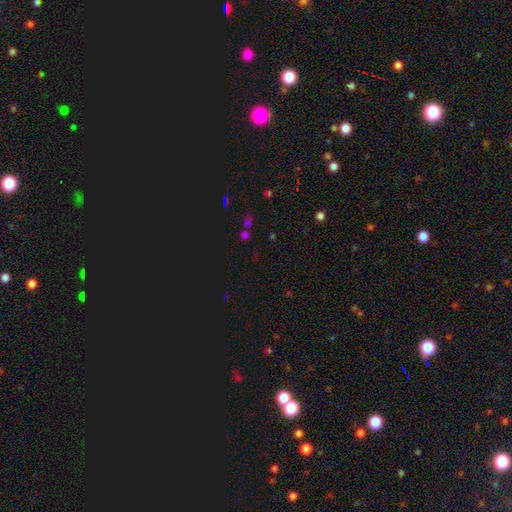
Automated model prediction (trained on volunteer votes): This appears to be a star or artifact, not a galaxy (64%).